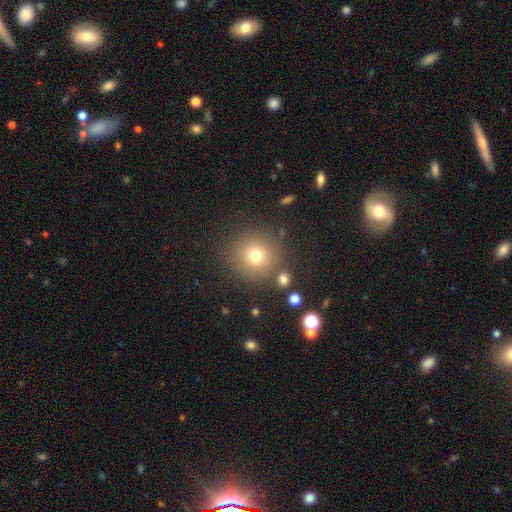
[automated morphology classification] Smooth or featured? Predicted: smooth (p=0.74). How rounded? Predicted: round (p=0.94). Merging? Predicted: none (p=0.83).